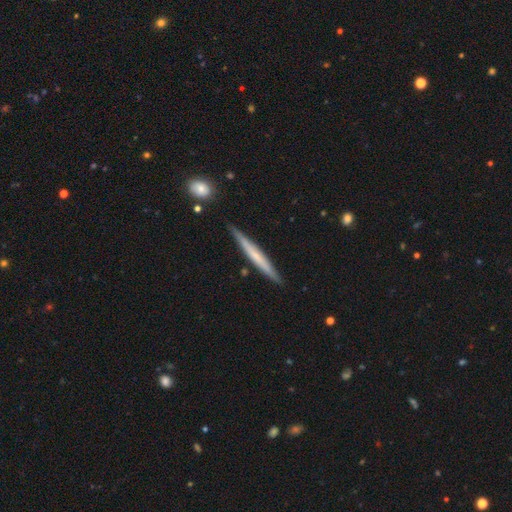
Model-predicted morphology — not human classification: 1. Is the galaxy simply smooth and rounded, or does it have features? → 48% featured or disk, 47% smooth, 5% star or artifact.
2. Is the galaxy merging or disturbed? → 88% none, 9% minor disturbance, 2% merger, 1% major disturbance.